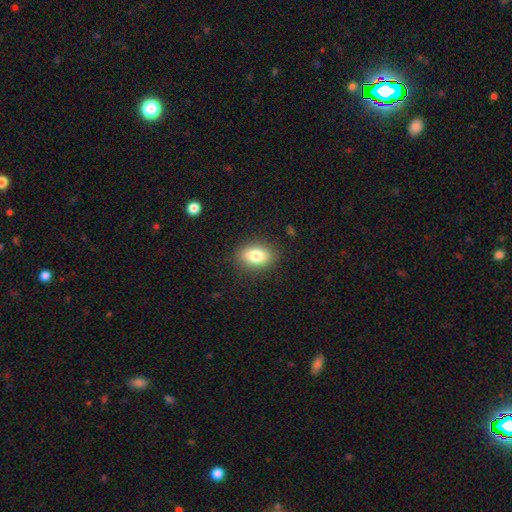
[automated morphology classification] Smooth or featured? smooth (80%)
How rounded? in between (80%)
Merging? none (86%)